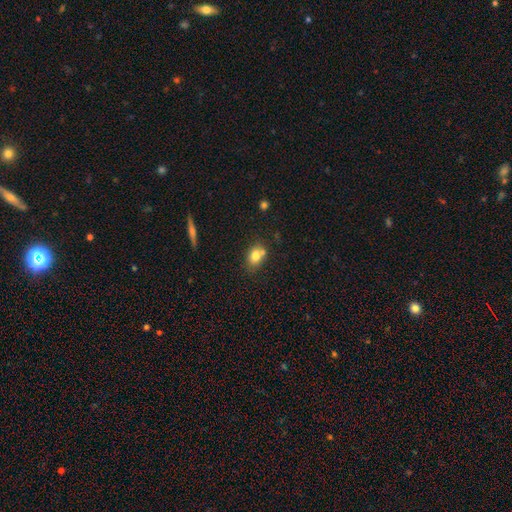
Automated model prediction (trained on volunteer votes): Overall: smooth (77%). How rounded: in between (64%; round 34%). Merging: none (56%; merger 24%).